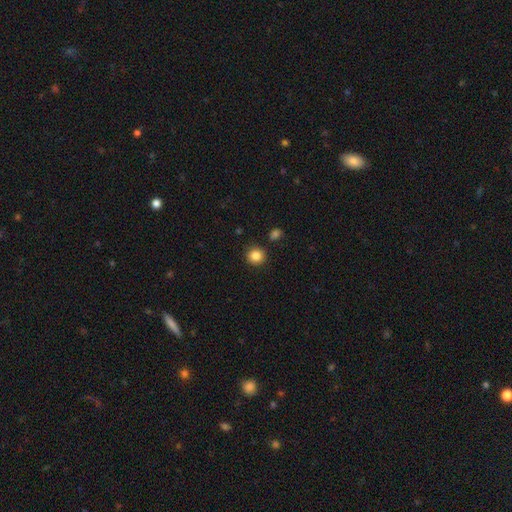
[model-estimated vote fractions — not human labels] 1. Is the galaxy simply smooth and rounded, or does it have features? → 85% smooth, 10% star or artifact, 4% featured or disk.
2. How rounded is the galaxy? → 90% round, 9% in between, 1% cigar-shaped.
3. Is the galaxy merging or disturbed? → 88% none, 7% minor disturbance, 3% merger, 2% major disturbance.